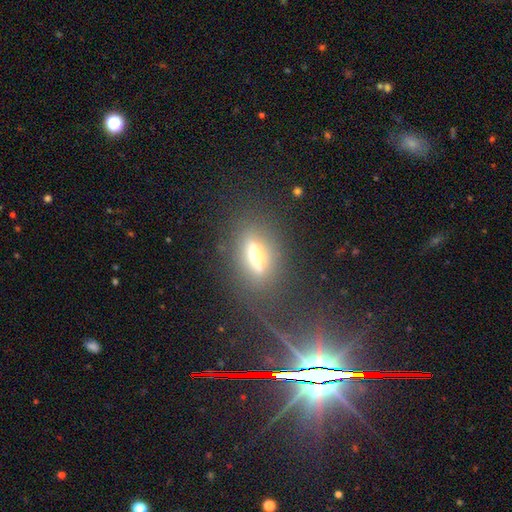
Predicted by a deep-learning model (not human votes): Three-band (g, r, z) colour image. It shows a featured or disk galaxy (45%). Merging: none (78%).